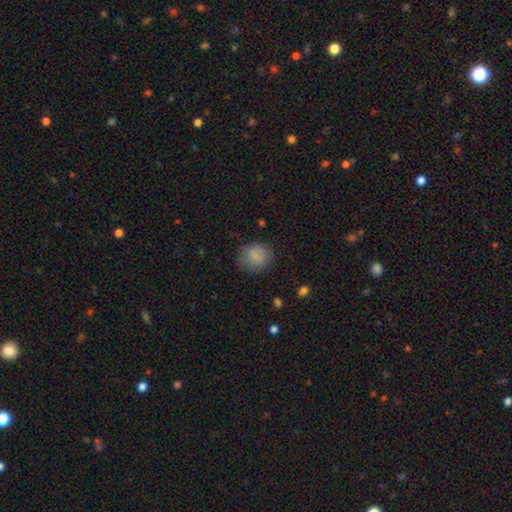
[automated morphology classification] This appears to be a smooth galaxy with no disk features (81%) that is round (74%). Merging: none (75%).